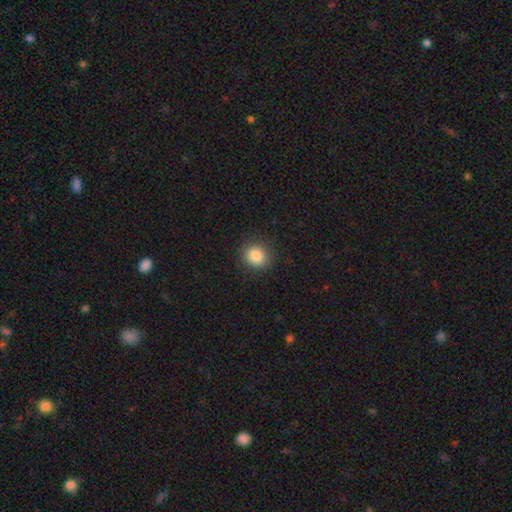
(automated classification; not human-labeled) The model was most divided on "how rounded": round: 74%, in between: 25%, cigar-shaped: 1%. More confident: merging — none (88%); smooth or featured — smooth (85%).